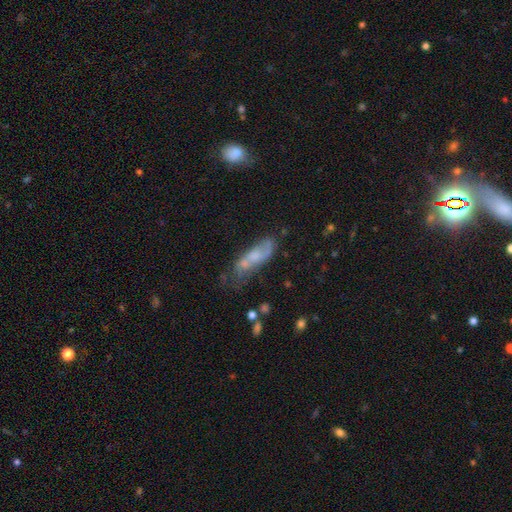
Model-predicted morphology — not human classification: Overall: smooth (47%; featured or disk 44%). Merging: none (36%; minor disturbance 27%).